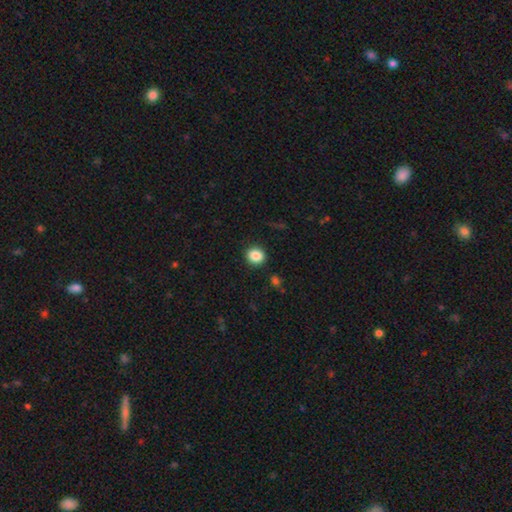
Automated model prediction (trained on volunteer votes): The model was most divided on "how rounded": round: 77%, in between: 22%, cigar-shaped: 1%. More confident: merging — none (89%); smooth or featured — smooth (87%).